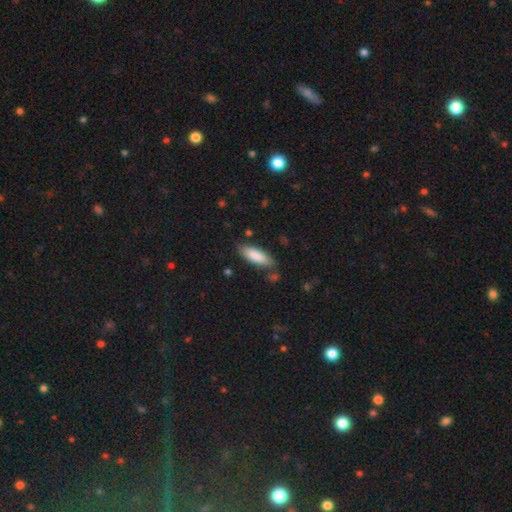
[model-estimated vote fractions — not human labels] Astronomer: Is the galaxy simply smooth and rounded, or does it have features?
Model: smooth — 84%.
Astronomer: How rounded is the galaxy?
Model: in between — 61% (runner-up: cigar-shaped, 38%).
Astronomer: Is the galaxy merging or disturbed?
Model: none — 76%.